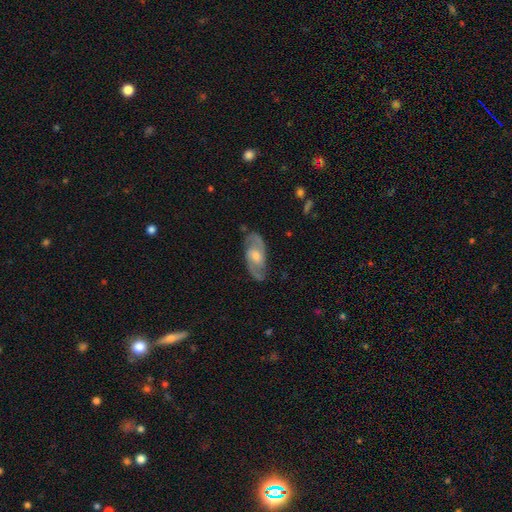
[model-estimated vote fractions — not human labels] A featured or disk galaxy (85%) with a weak bar (46%), 2 (91%) medium (54%) spiral arms (95%) and a moderate central bulge (59%).

Vote fractions:
- Smooth or featured? featured or disk: 85% / smooth: 10% / star or artifact: 5%
- Edge-on disk? no: 95% / yes: 5%
- Bar? weak: 46% / no: 42% / strong: 12%
- Spiral arms? yes: 95% / no: 5%
- Spiral winding? medium: 54% / tight: 31% / loose: 15%
- Spiral arm count? 2: 91% / can't tell: 5% / 3: 1% / 1: 1% / 4: 1% / more than 4: 1%
- Bulge size? moderate: 59% / small: 28% / large: 8% / none: 4% / dominant: 1%
- Merging? none: 82% / minor disturbance: 13% / major disturbance: 3% / merger: 1%